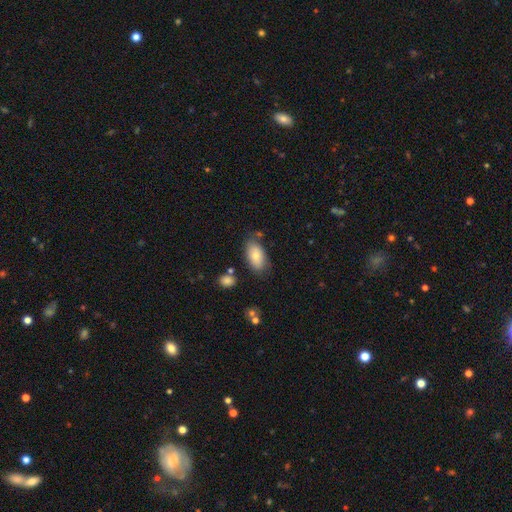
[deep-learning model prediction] Smooth or featured? smooth (78%)
How rounded? in between (93%)
Merging? none (72%)